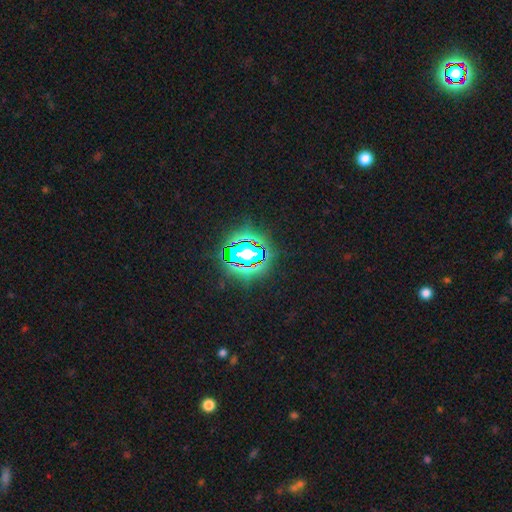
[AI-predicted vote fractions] smooth-or-featured: star or artifact: 81% | smooth: 11% | featured or disk: 8%